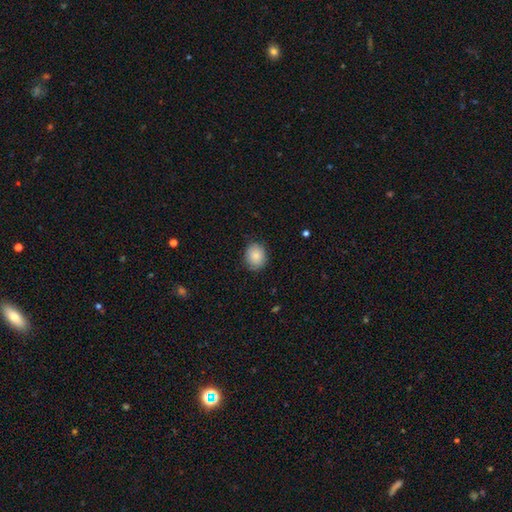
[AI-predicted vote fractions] Q: Smooth or featured?
A: smooth (85%); runner-up: star or artifact (7%)
Q: How rounded?
A: round (62%); runner-up: in between (37%)
Q: Merging?
A: none (83%); runner-up: minor disturbance (13%)